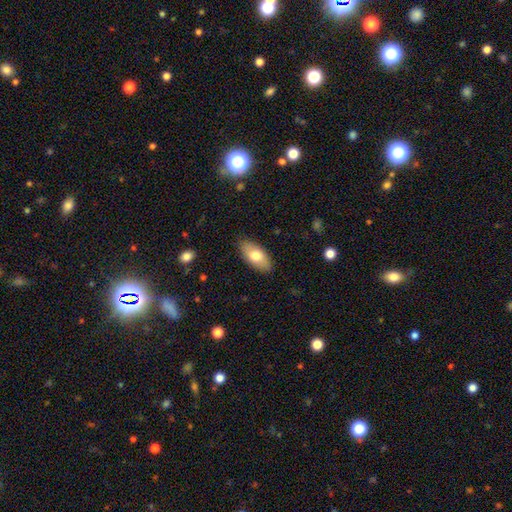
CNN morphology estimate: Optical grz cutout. It shows a smooth galaxy with no disk features (73%) that is in between round and cigar-shaped (91%). Merging: none (86%).